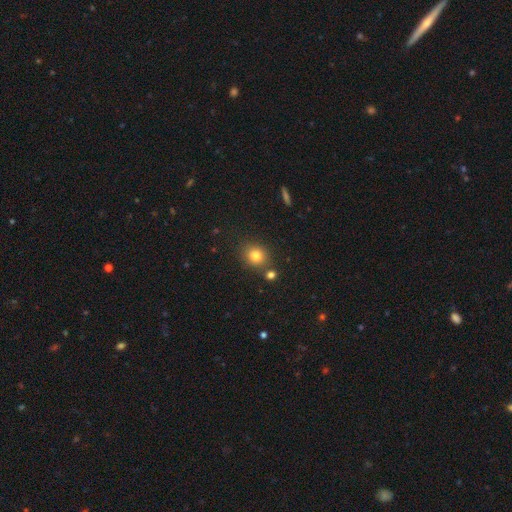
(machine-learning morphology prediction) Smooth or featured: smooth — 81% (star or artifact — 12%)
How rounded: round — 78% (in between — 21%)
Merging: none — 79% (minor disturbance — 10%)